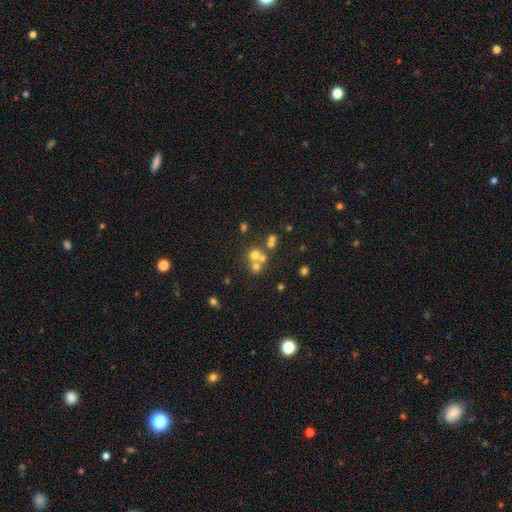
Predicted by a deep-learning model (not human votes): This appears to be a smooth galaxy with no disk features (57%) that is round (86%). Merging: merger (45%, tied with none).